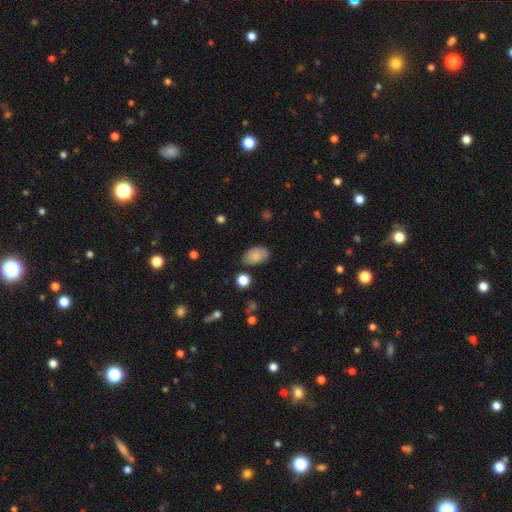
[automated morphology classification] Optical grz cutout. It shows a smooth galaxy with no disk features (82%) that is in between round and cigar-shaped (91%). Merging: none (79%).